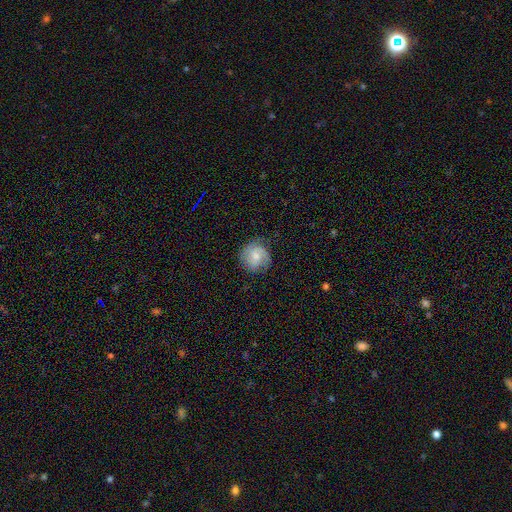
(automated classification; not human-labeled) Overall: smooth (48%; featured or disk 45%). Merging: none (69%).